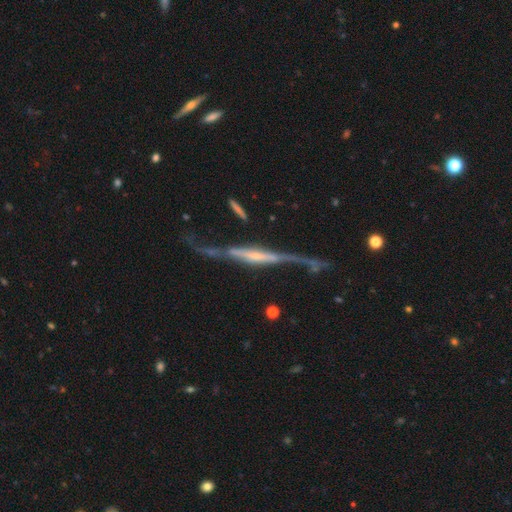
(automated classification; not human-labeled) featured or disk 85%, smooth 9%, star or artifact 6%. Down the decision tree: edge-on disk — yes (75%); edge-on bulge — rounded (50%); merging — none (50%).